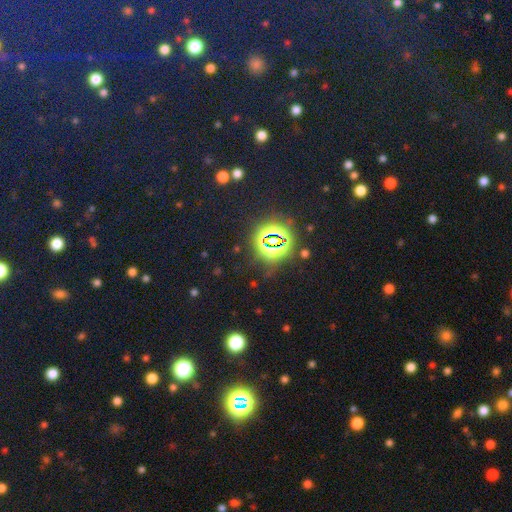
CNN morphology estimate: Smooth or featured? star or artifact (80%)